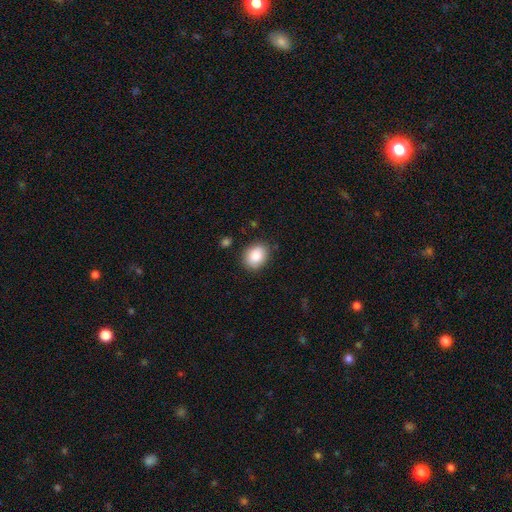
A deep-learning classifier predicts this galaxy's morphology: A smooth galaxy with no disk features (85%) that is in between round and cigar-shaped (55%).

Vote fractions:
- Smooth or featured? smooth: 85% / star or artifact: 8% / featured or disk: 7%
- How rounded? in between: 55% / round: 44% / cigar-shaped: 1%
- Merging? none: 85% / minor disturbance: 11% / major disturbance: 3% / merger: 2%